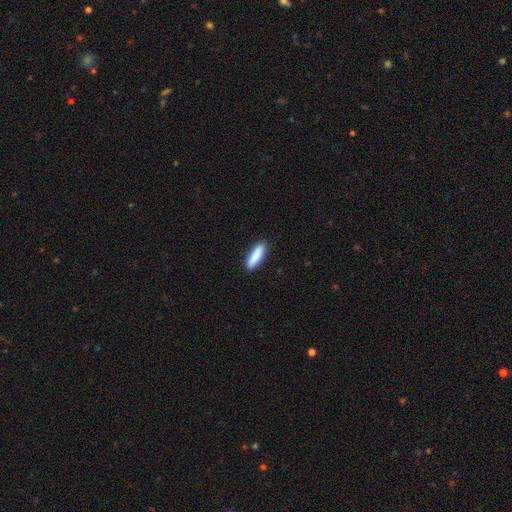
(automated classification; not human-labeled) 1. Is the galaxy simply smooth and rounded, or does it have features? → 89% smooth, 6% featured or disk, 6% star or artifact.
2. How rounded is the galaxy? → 57% cigar-shaped, 42% in between, 2% round.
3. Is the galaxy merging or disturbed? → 90% none, 7% minor disturbance, 2% major disturbance, 1% merger.